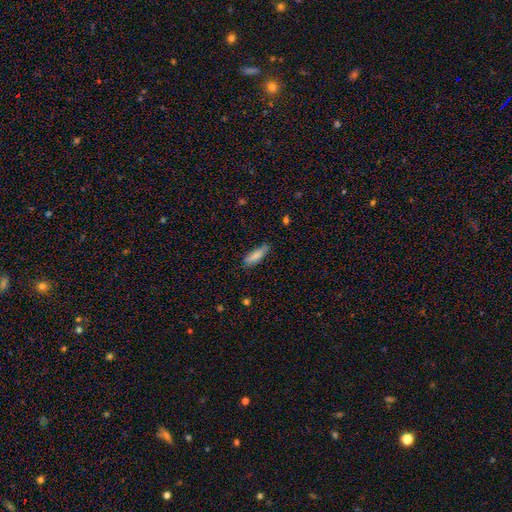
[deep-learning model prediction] A smooth galaxy with no disk features (83%) that is cigar-shaped (50%).

Vote fractions:
- Smooth or featured? smooth: 83% / featured or disk: 10% / star or artifact: 7%
- How rounded? cigar-shaped: 50% / in between: 48% / round: 2%
- Merging? none: 64% / minor disturbance: 28% / major disturbance: 5% / merger: 2%